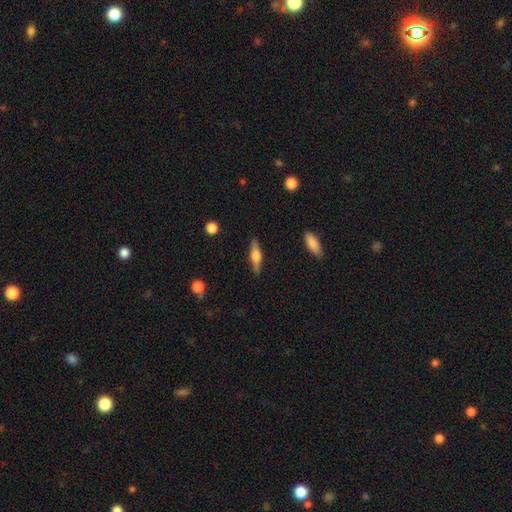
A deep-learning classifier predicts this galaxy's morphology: smooth-or-featured: featured or disk: 61% | smooth: 33% | star or artifact: 6%
  disk-edge-on: yes: 96% | no: 4%
    edge-on-bulge: rounded: 90% | boxy: 8% | none: 2%
  merging: none: 88% | minor disturbance: 9% | major disturbance: 2% | merger: 1%